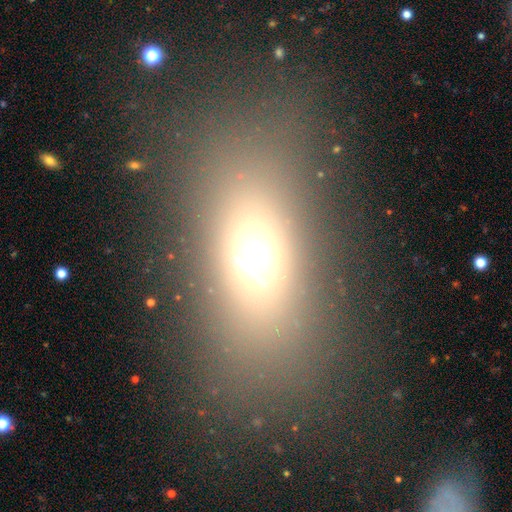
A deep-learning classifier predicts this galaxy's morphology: Smooth or featured? smooth (65%)
How rounded? in between (76%)
Merging? none (81%)